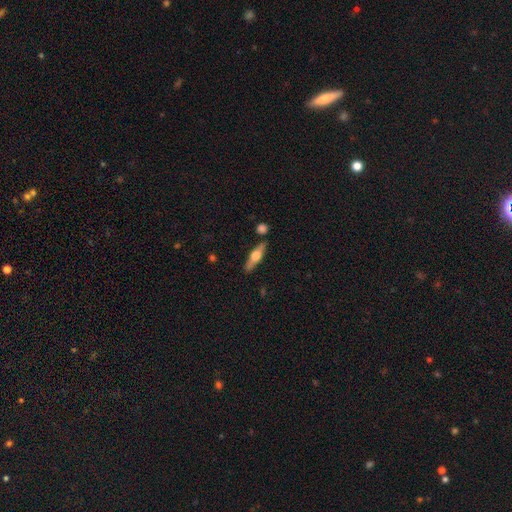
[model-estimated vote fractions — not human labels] Smooth or featured?
  - featured or disk: 55% *
  - smooth: 40%
  - star or artifact: 6%
Edge-on disk?
  - yes: 91% *
  - no: 9%
Merging?
  - none: 84% *
  - minor disturbance: 9%
  - merger: 4%
  - major disturbance: 2%